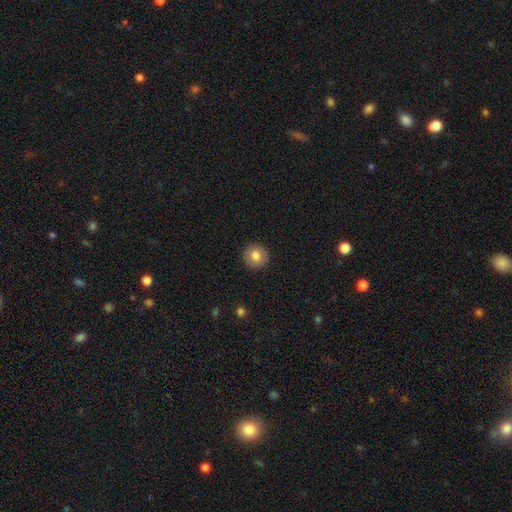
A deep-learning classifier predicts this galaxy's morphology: Smooth or featured? Predicted: smooth (p=0.80). How rounded? Predicted: round (p=0.95). Merging? Predicted: none (p=0.92).